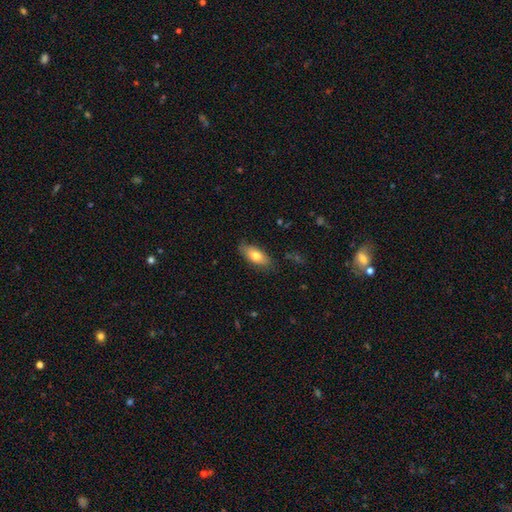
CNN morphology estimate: Smooth or featured? smooth (76%)
How rounded? in between (83%)
Merging? none (82%)